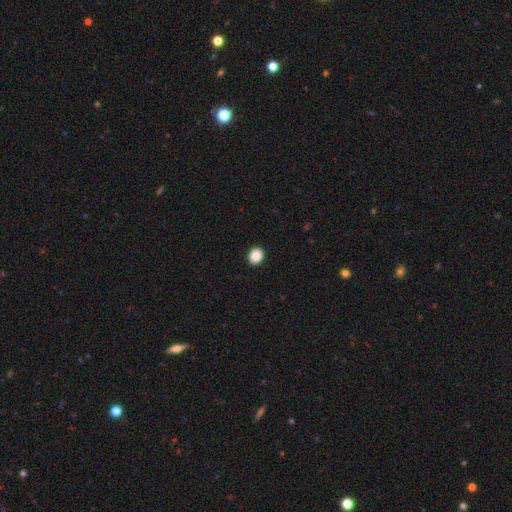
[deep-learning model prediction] Overall: smooth (87%). How rounded: round (59%; in between 40%). Merging: none (93%).